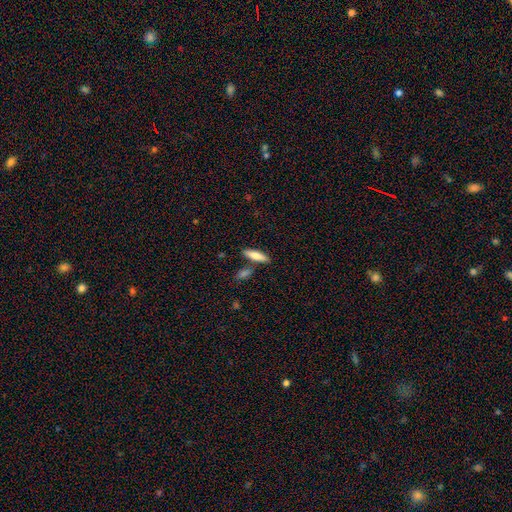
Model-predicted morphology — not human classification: Smooth or featured? Predicted: smooth (p=0.73). How rounded? Predicted: cigar-shaped (p=0.63). Merging? Predicted: none (p=0.77).